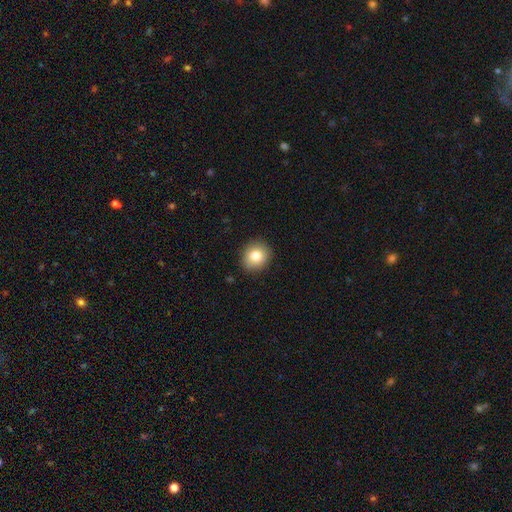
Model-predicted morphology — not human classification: Smooth or featured? Predicted: smooth (p=0.81). How rounded? Predicted: round (p=0.77). Merging? Predicted: none (p=0.89).